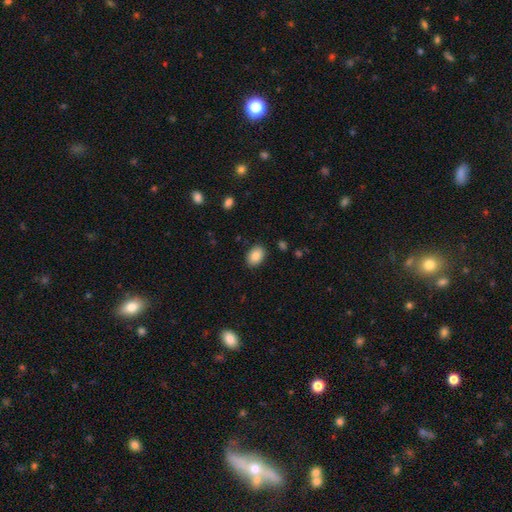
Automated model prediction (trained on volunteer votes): The model was most divided on "how rounded": in between: 78%, round: 21%, cigar-shaped: 1%. More confident: merging — none (87%); smooth or featured — smooth (87%).